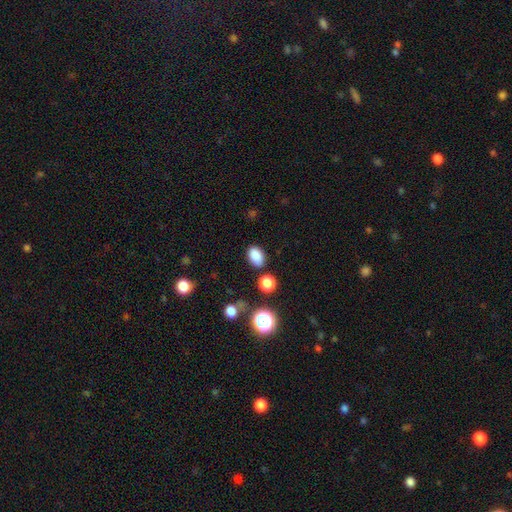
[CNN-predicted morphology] Smooth or featured?
  - smooth: 85% *
  - star or artifact: 10%
  - featured or disk: 4%
How rounded?
  - in between: 84% *
  - round: 15%
  - cigar-shaped: 1%
Merging?
  - none: 81% *
  - minor disturbance: 12%
  - merger: 4%
  - major disturbance: 3%